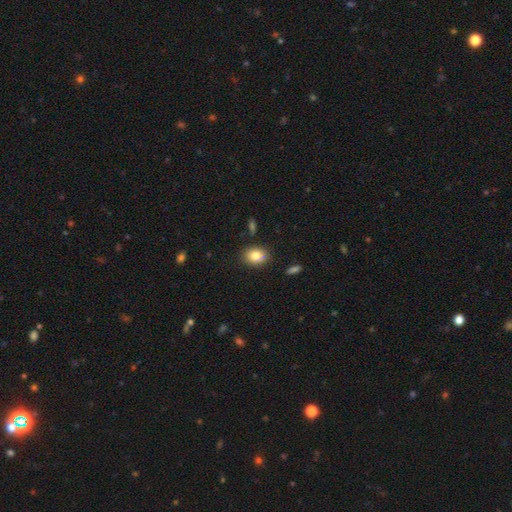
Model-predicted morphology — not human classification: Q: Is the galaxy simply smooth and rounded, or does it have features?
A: smooth — 84%.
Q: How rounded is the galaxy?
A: in between — 66%.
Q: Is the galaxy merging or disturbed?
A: none — 83%.